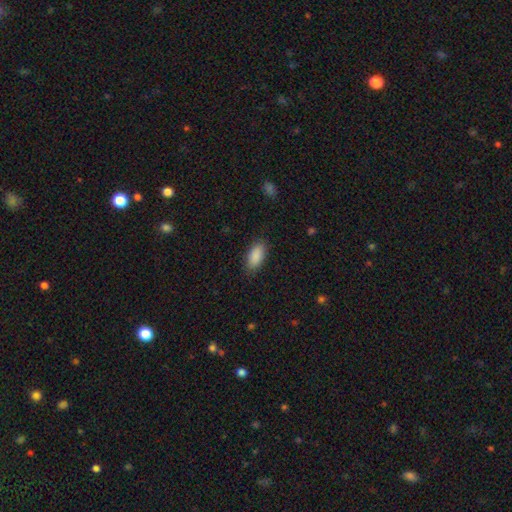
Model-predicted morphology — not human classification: smooth_or_featured: smooth (p=0.90) [alt: star or artifact p=0.06]
how_rounded: in between (p=0.90) [alt: cigar-shaped p=0.07]
merging: none (p=0.86) [alt: minor disturbance p=0.10]